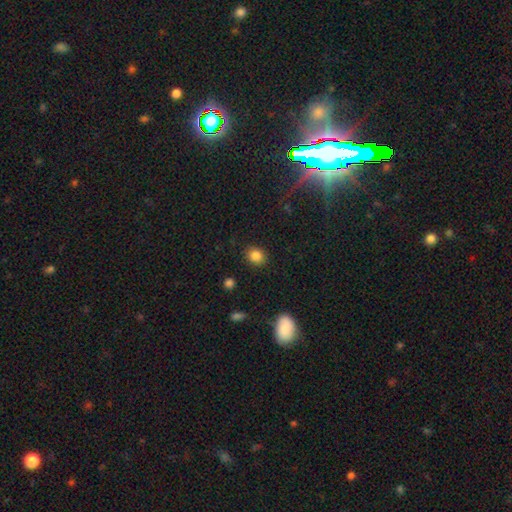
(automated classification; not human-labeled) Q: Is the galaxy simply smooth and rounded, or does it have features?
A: smooth — 85%.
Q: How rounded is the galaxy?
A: round — 67%.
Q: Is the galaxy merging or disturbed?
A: none — 89%.